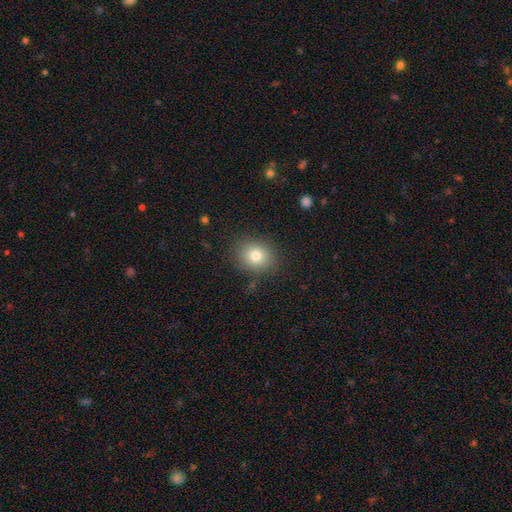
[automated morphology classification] Overall: smooth (78%). How rounded: round (72%). Merging: none (83%).